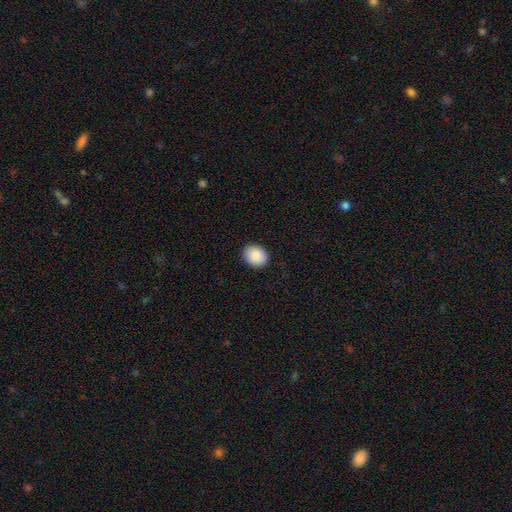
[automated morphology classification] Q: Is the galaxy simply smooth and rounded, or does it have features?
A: smooth — 88%.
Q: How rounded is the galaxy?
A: in between — 52%.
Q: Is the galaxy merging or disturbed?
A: none — 90%.